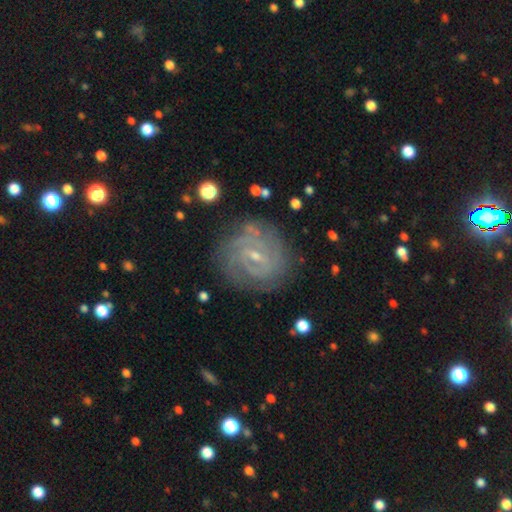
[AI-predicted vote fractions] The model was most divided on "spiral arm count": can't tell: 33%, 2: 29%, 3: 16%, 4: 11%, more than 4: 6%, 1: 6%. More confident: edge-on disk — no (97%); spiral arms — yes (94%); smooth or featured — featured or disk (84%); merging — none (79%); bulge size — small (72%); spiral winding — tight (70%); bar — weak (56%).